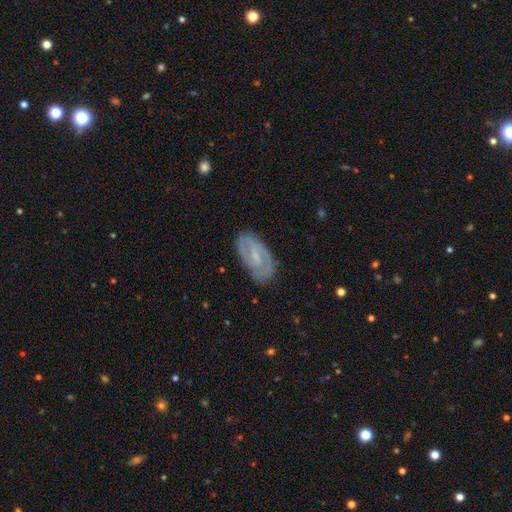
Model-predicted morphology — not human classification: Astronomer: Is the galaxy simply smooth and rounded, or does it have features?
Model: featured or disk — 75%.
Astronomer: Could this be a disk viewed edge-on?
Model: no — 95%.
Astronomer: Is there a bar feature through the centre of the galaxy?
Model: weak — 53%.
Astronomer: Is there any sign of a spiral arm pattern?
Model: yes — 90%.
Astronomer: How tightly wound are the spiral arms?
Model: tight — 44% (runner-up: medium, 42%).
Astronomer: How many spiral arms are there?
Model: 2 — 77%.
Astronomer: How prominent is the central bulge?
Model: small — 53%.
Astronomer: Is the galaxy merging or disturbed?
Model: none — 81%.